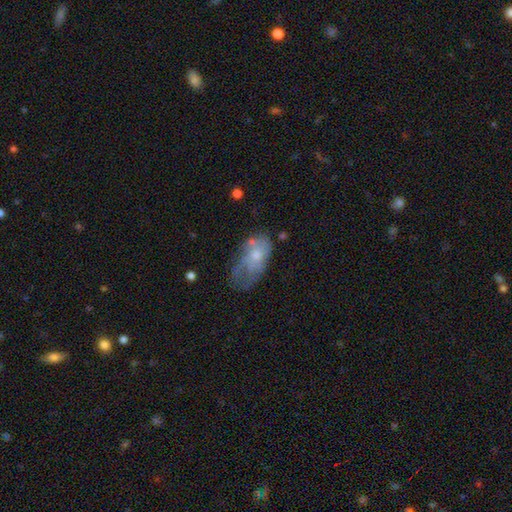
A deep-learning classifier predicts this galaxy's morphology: This is possibly a smooth galaxy (54%). How rounded: clearly in between (91%). Merging: marginally minor disturbance (34%).